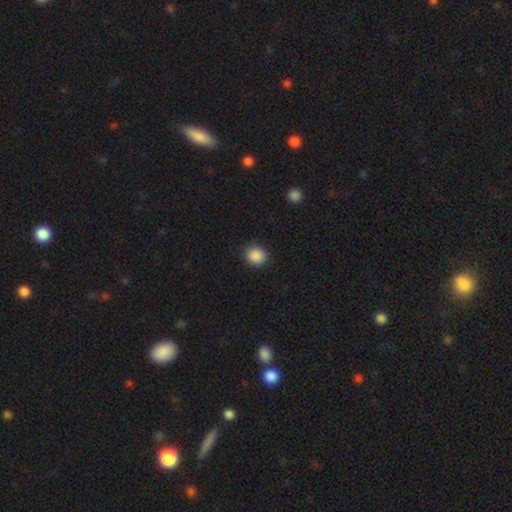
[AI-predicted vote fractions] A smooth galaxy with no disk features (88%) that is round (79%). Merging: none (88%).